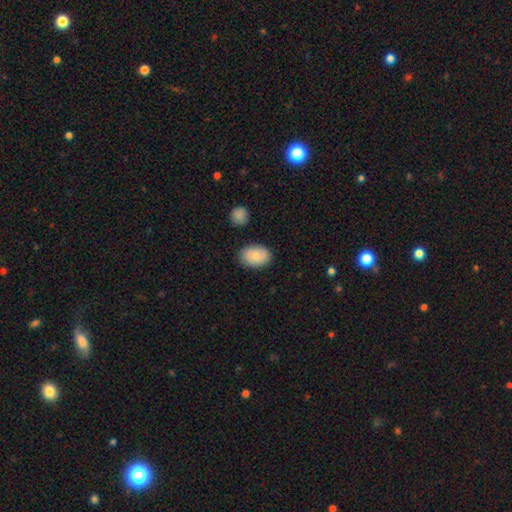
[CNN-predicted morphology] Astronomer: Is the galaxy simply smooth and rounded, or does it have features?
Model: smooth — 77%.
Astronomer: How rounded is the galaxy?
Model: in between — 81%.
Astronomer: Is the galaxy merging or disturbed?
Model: none — 83%.